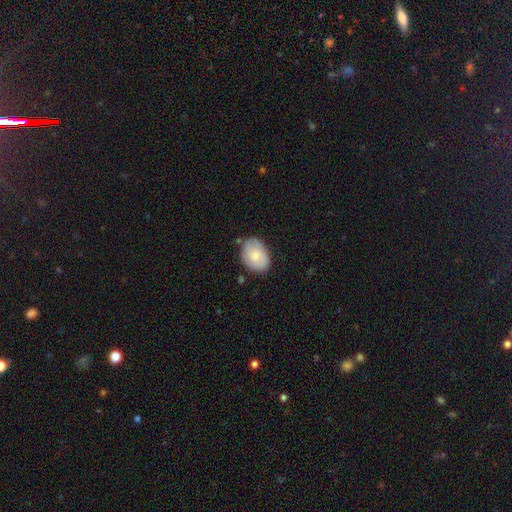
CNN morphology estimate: type=smooth (76%); roundness=in between (74%); merging=none (68%).